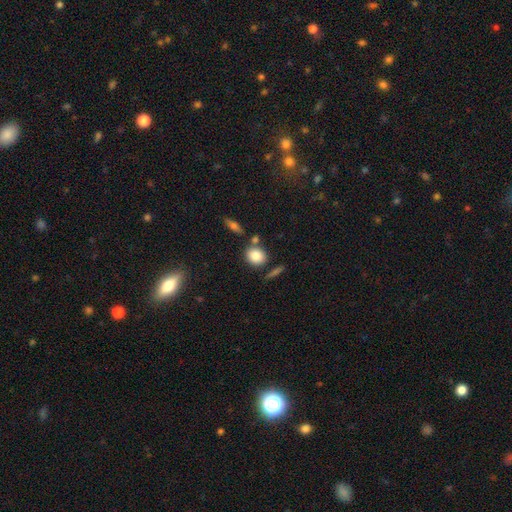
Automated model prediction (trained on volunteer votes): Overall: smooth (83%). How rounded: round (67%; in between 31%). Merging: none (71%).